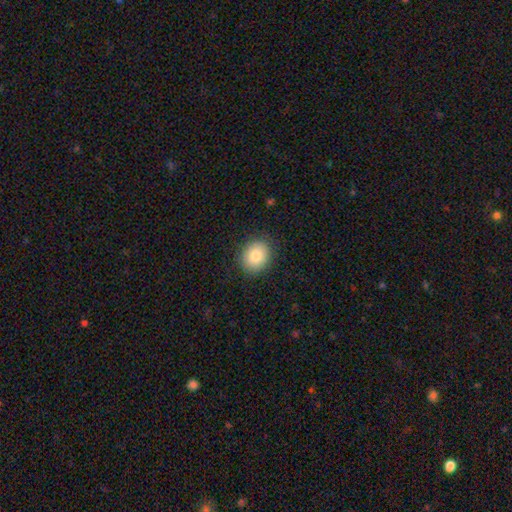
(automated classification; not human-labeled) This appears to be a smooth galaxy with no disk features (82%) that is round (68%). Merging: none (88%).